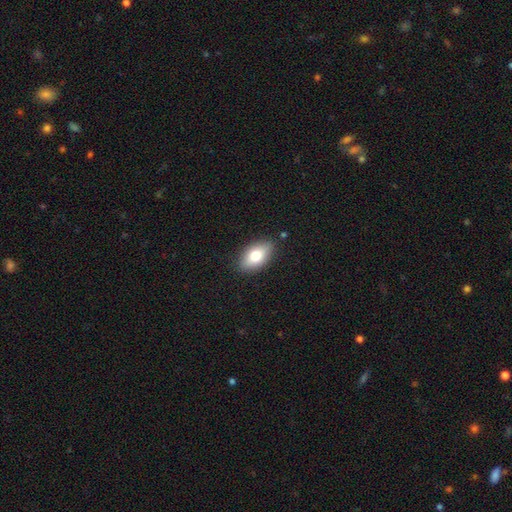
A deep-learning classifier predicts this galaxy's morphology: The model was most divided on "smooth or featured": smooth: 76%, featured or disk: 17%, star or artifact: 7%. More confident: how rounded — in between (91%); merging — none (85%).